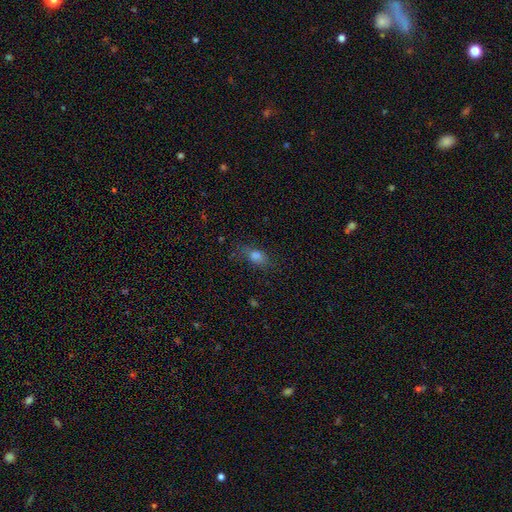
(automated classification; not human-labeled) Smooth or featured? smooth (70%)
How rounded? in between (72%)
Merging? none (66%)